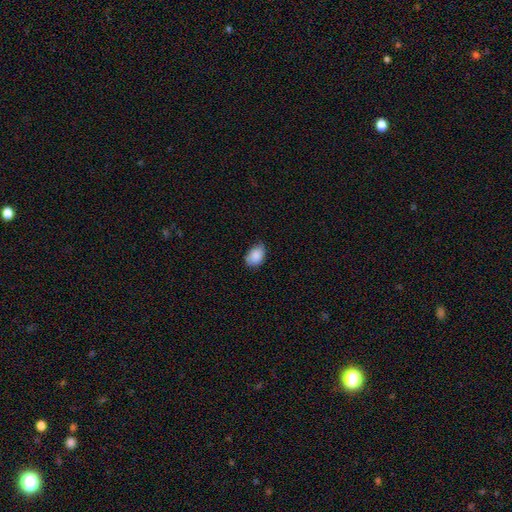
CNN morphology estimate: The model was most divided on "merging": none: 60%, minor disturbance: 34%, major disturbance: 5%, merger: 1%. More confident: smooth or featured — smooth (88%); how rounded — in between (81%).